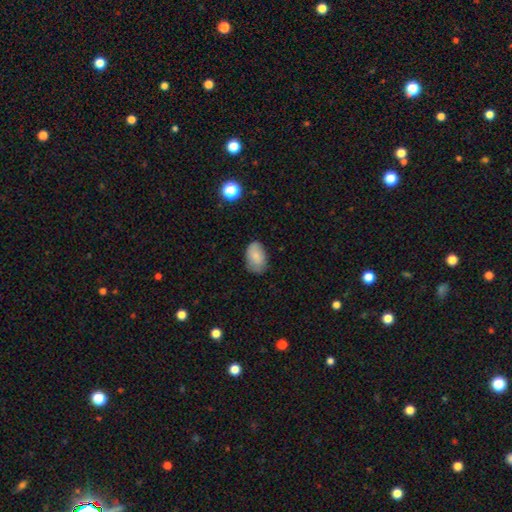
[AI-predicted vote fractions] Morphology: type=smooth (82%); roundness=in between (89%); merging=none (70%).